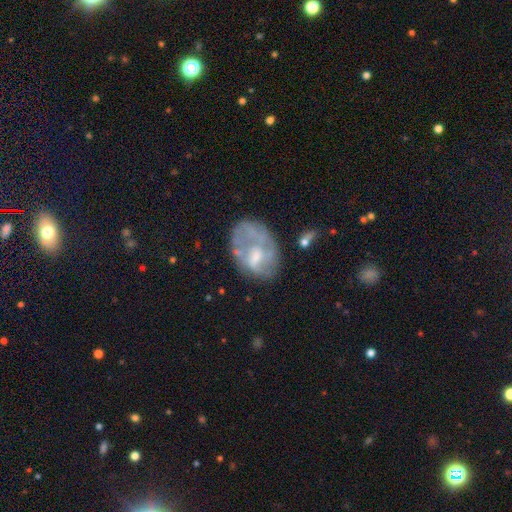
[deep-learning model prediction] This appears to be a featured or disk galaxy (56%) with no bar (60%), no spiral arms (63%) and a moderate central bulge (43%). Merging: none (44%).